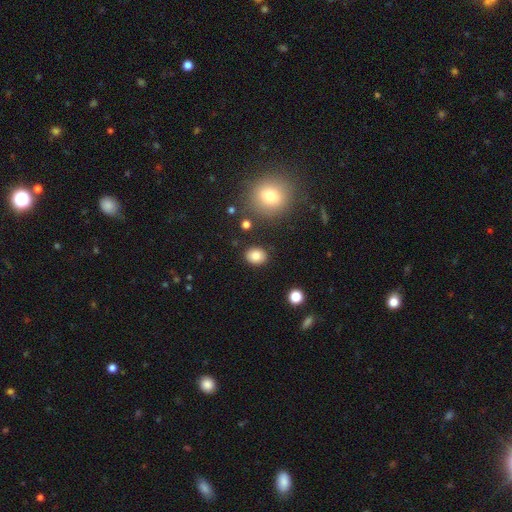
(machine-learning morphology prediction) Smooth or featured?
  - smooth: 84% *
  - star or artifact: 10%
  - featured or disk: 6%
How rounded?
  - round: 55% *
  - in between: 44%
  - cigar-shaped: 1%
Merging?
  - none: 87% *
  - minor disturbance: 8%
  - major disturbance: 3%
  - merger: 2%